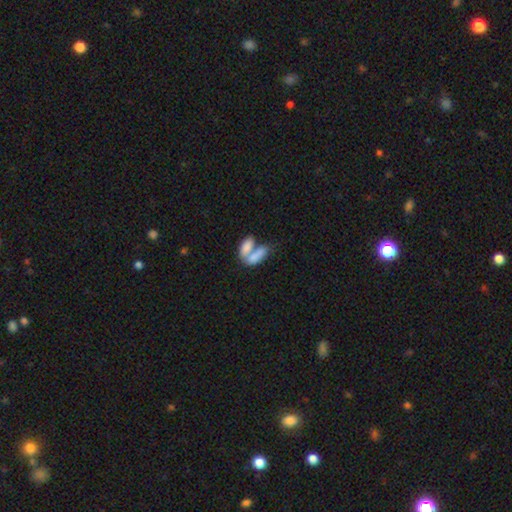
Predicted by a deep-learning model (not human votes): The model was most divided on "merging": merger: 69%, none: 19%, minor disturbance: 7%, major disturbance: 6%. More confident: how rounded — in between (82%); smooth or featured — smooth (77%).